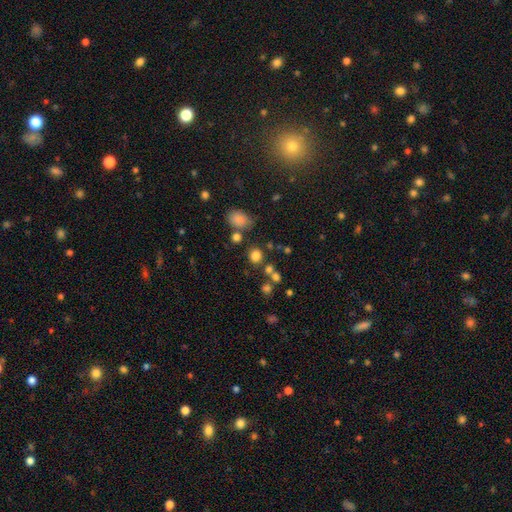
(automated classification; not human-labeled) Smooth or featured? Predicted: smooth (p=0.78). How rounded? Predicted: round (p=0.81). Merging? Predicted: none (p=0.72).